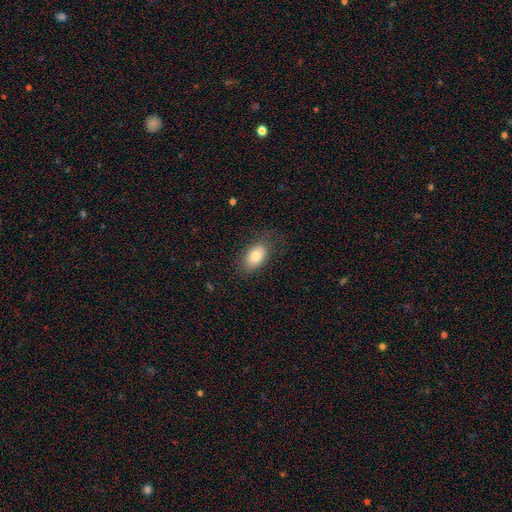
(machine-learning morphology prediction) Smooth or featured? Predicted: smooth (p=0.80). How rounded? Predicted: in between (p=0.90). Merging? Predicted: none (p=0.75).